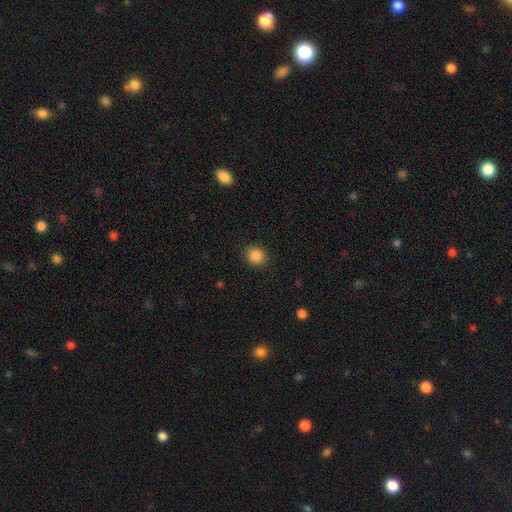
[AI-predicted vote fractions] Overall: smooth (87%). How rounded: round (84%). Merging: none (90%).